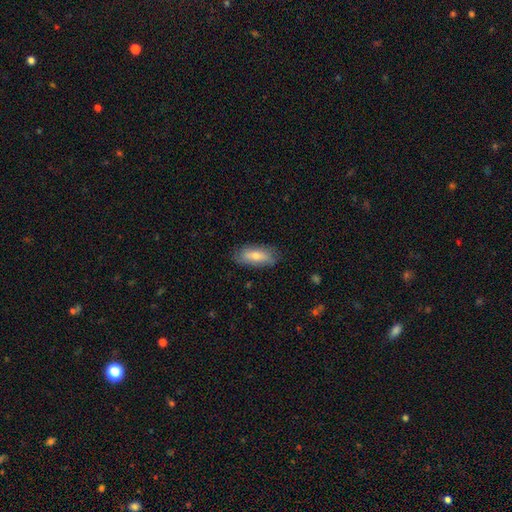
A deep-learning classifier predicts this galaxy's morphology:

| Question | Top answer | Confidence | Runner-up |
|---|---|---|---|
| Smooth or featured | smooth | 66% | featured or disk (27%) |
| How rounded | in between | 73% | cigar-shaped (24%) |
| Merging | none | 80% | minor disturbance (16%) |